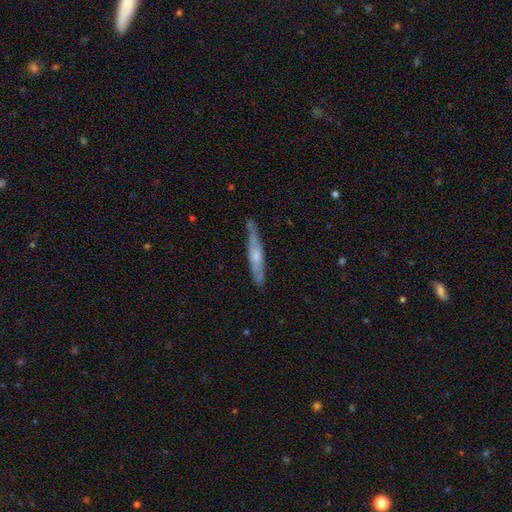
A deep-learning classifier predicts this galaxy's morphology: smooth_or_featured: featured or disk (p=0.57) [alt: smooth p=0.37]
disk_edge_on: yes (p=0.86) [alt: no p=0.14]
merging: none (p=0.78) [alt: minor disturbance p=0.17]